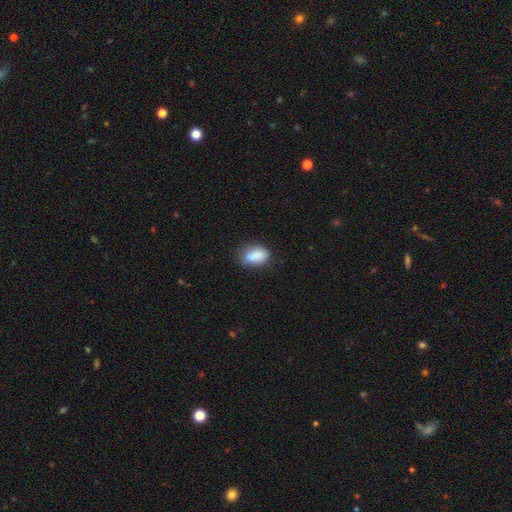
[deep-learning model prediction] Morphology: type=smooth (85%); roundness=in between (85%); merging=none (65%).